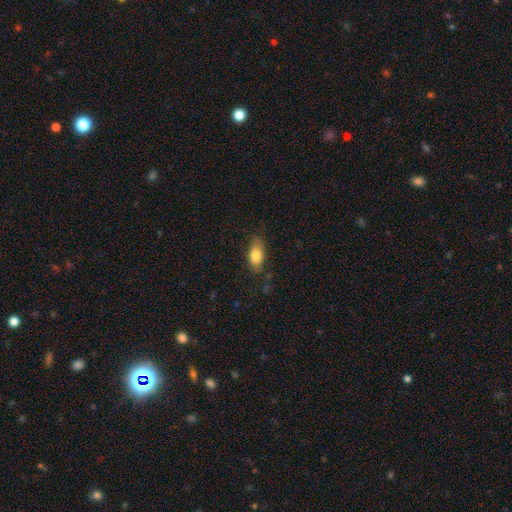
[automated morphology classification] A smooth galaxy with no disk features (78%) that is in between round and cigar-shaped (84%). Merging: none (72%).